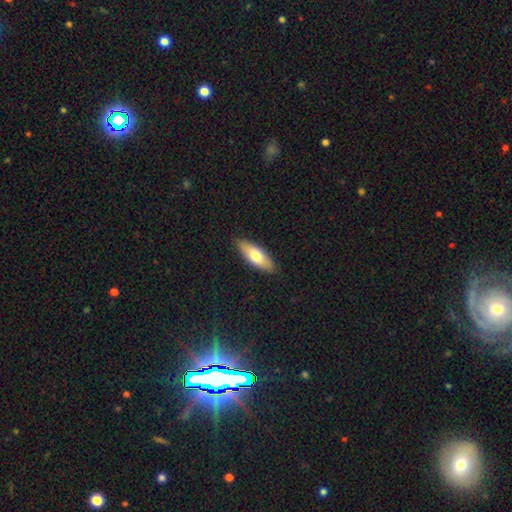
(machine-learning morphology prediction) Smooth or featured: smooth — 70% (featured or disk — 25%)
How rounded: in between — 69% (cigar-shaped — 29%)
Merging: none — 87% (minor disturbance — 10%)